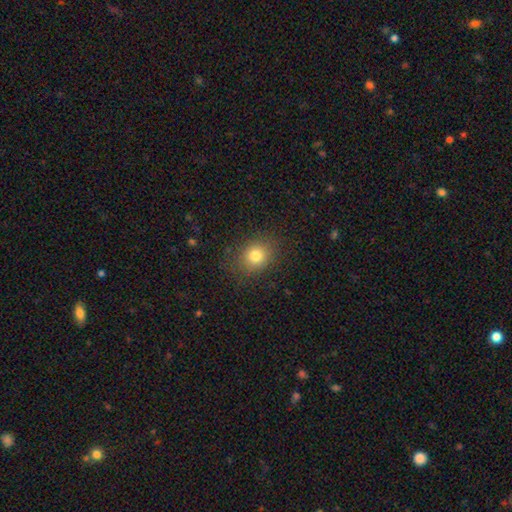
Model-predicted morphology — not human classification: Smooth or featured? Predicted: smooth (p=0.79). How rounded? Predicted: round (p=0.71). Merging? Predicted: none (p=0.83).